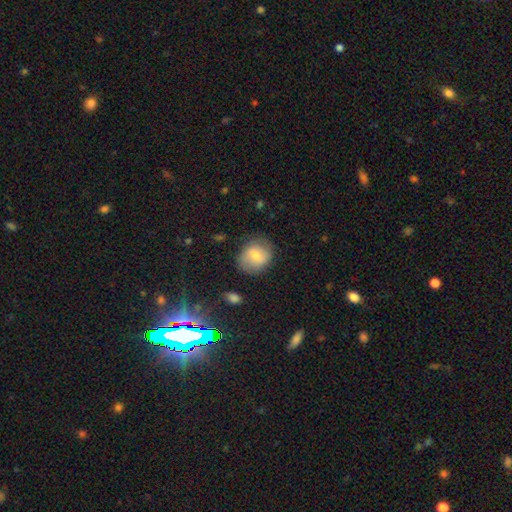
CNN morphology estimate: Smooth or featured? Predicted: smooth (p=0.71). How rounded? Predicted: round (p=0.68). Merging? Predicted: none (p=0.76).